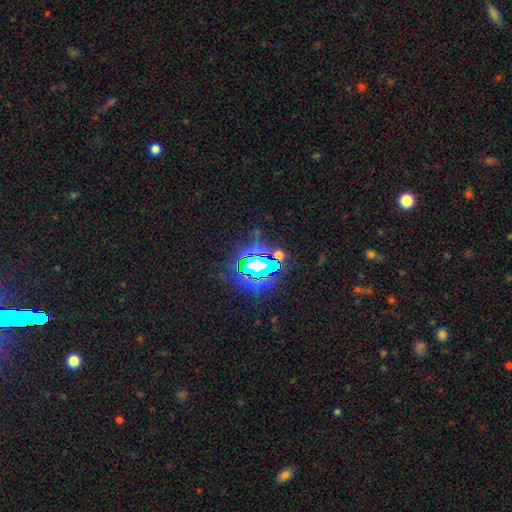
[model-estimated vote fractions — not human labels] Smooth or featured? Predicted: star or artifact (p=0.83).